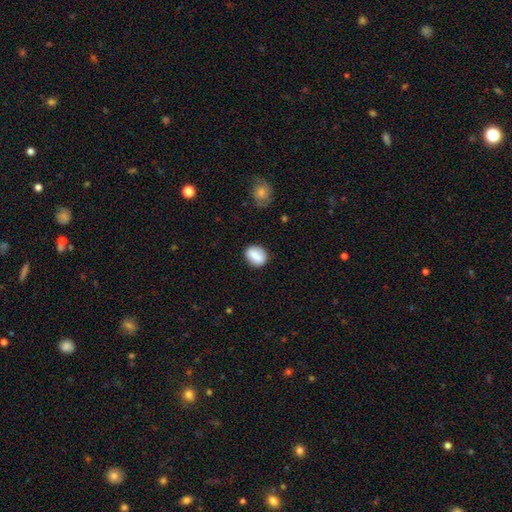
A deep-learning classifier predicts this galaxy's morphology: smooth 76%, featured or disk 17%, star or artifact 7%. Down the decision tree: how rounded — in between (53%); merging — none (85%).